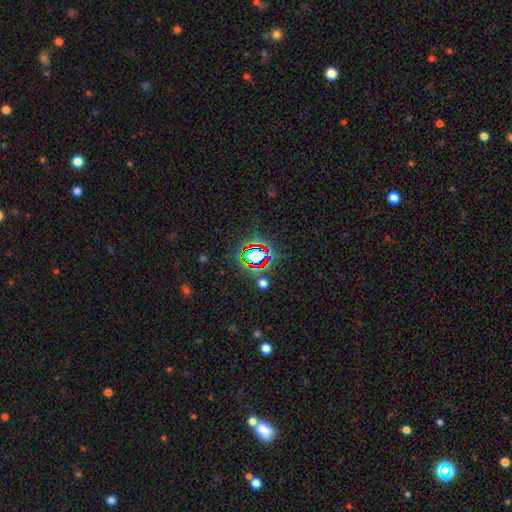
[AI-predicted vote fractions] This is likely a star or artifact rather than a galaxy (65%).